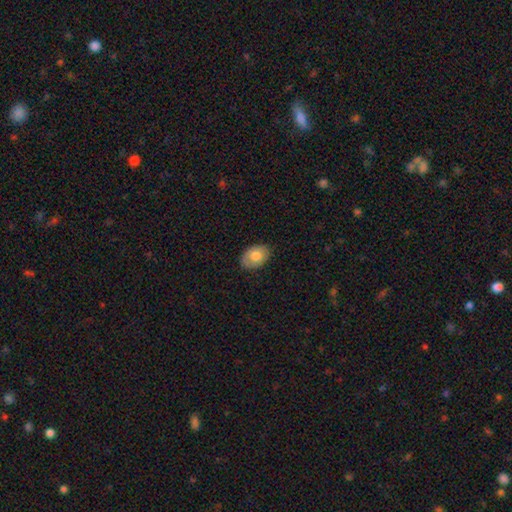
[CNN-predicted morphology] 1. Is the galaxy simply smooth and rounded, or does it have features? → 75% smooth, 19% featured or disk, 7% star or artifact.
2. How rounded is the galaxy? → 84% in between, 15% round, 1% cigar-shaped.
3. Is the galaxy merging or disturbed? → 83% none, 14% minor disturbance, 3% major disturbance, 1% merger.